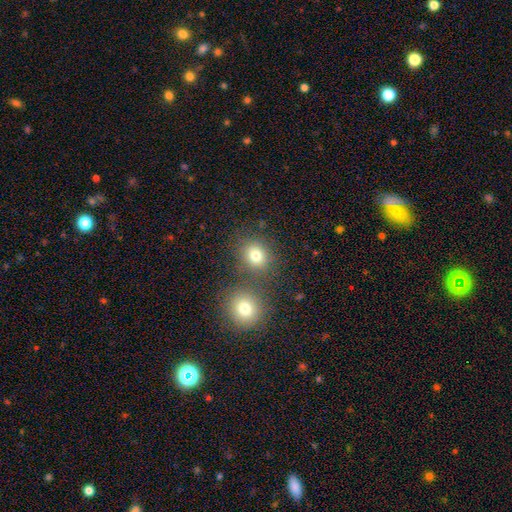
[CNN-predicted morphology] Smooth or featured?
  - smooth: 78% *
  - star or artifact: 15%
  - featured or disk: 7%
How rounded?
  - round: 78% *
  - in between: 21%
  - cigar-shaped: 1%
Merging?
  - none: 69% *
  - merger: 20%
  - minor disturbance: 8%
  - major disturbance: 3%